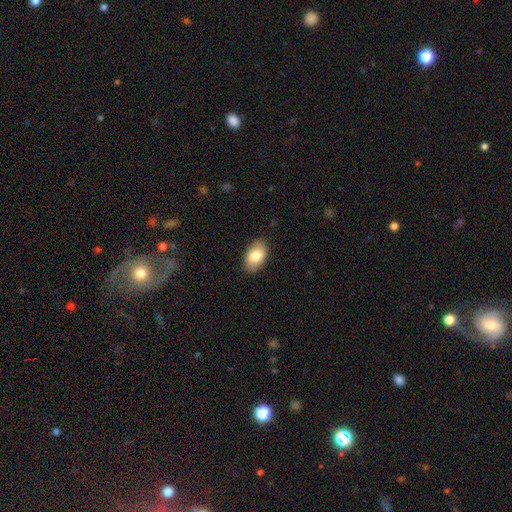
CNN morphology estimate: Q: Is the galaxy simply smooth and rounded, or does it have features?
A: smooth — 81%.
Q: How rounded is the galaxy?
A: in between — 92%.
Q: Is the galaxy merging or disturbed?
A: none — 87%.